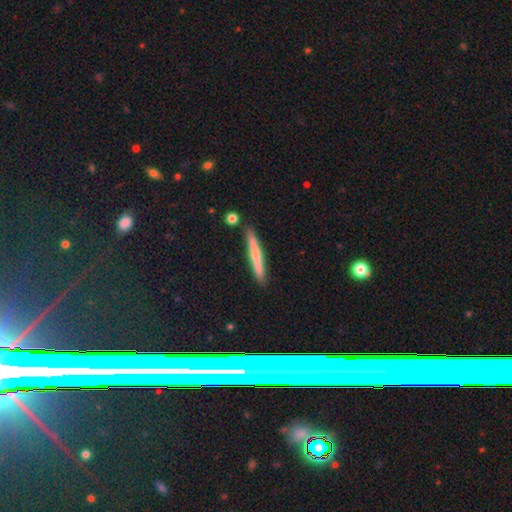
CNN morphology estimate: This appears to be a smooth galaxy with no disk features (60%) that is cigar-shaped (96%). Merging: none (87%).